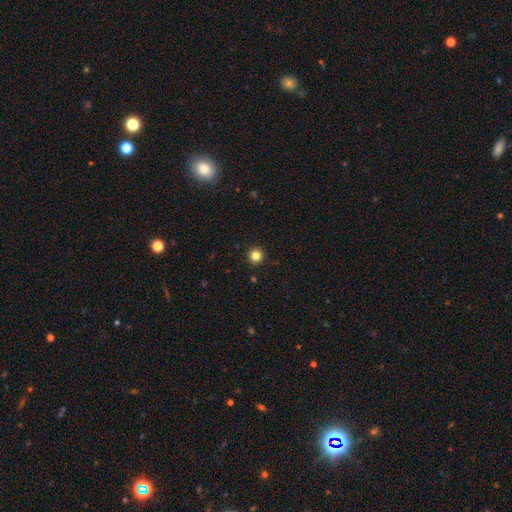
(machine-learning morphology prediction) The model was most divided on "smooth or featured": smooth: 83%, star or artifact: 13%, featured or disk: 5%. More confident: how rounded — round (96%); merging — none (93%).